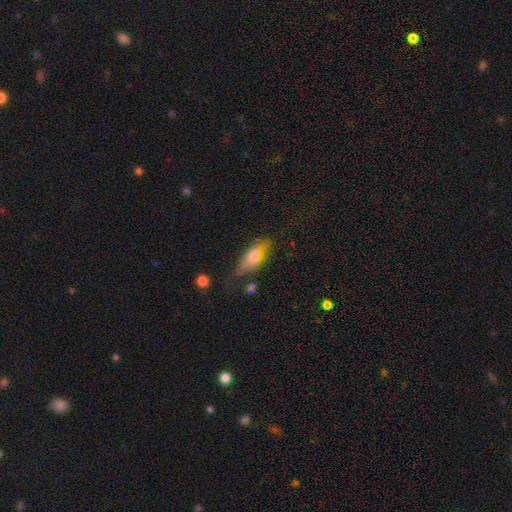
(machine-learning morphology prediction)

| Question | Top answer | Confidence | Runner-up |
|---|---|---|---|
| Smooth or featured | smooth | 61% | featured or disk (29%) |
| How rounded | in between | 72% | cigar-shaped (24%) |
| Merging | none | 57% | minor disturbance (28%) |